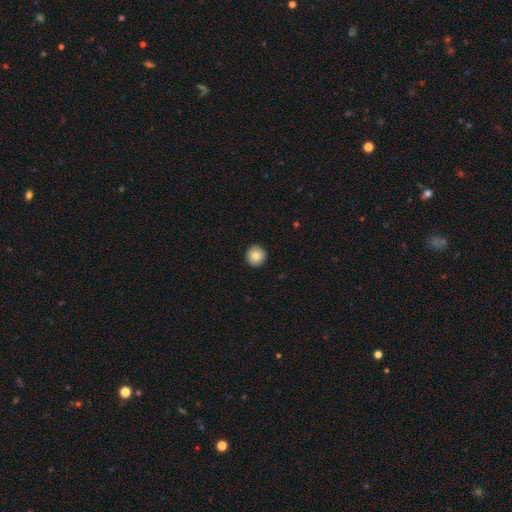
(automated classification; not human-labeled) This is clearly a smooth galaxy (85%). How rounded: clearly round (95%). Merging: clearly none (93%).